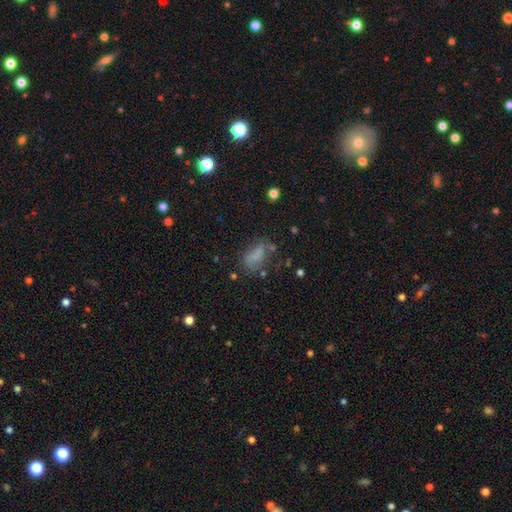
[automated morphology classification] Smooth or featured? smooth (74%)
How rounded? in between (81%)
Merging? none (53%)